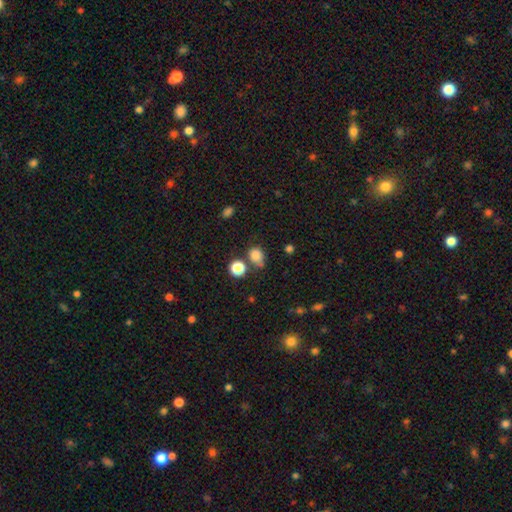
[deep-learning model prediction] Smooth or featured?
  - smooth: 82% *
  - star or artifact: 13%
  - featured or disk: 5%
How rounded?
  - round: 61% *
  - in between: 38%
  - cigar-shaped: 1%
Merging?
  - none: 57% *
  - minor disturbance: 19%
  - merger: 17%
  - major disturbance: 7%